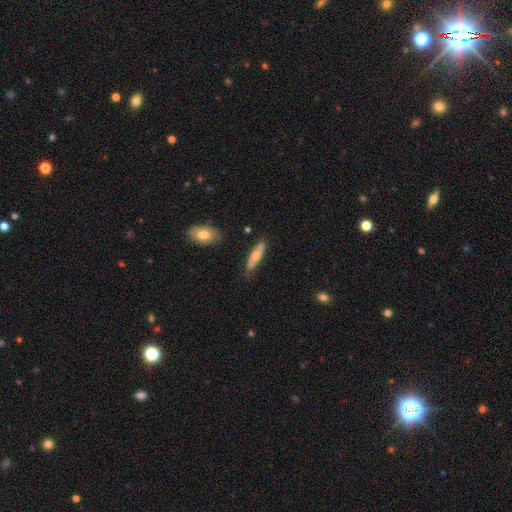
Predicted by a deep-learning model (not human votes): Morphology: type=smooth (53%); roundness=cigar-shaped (72%); merging=none (76%).